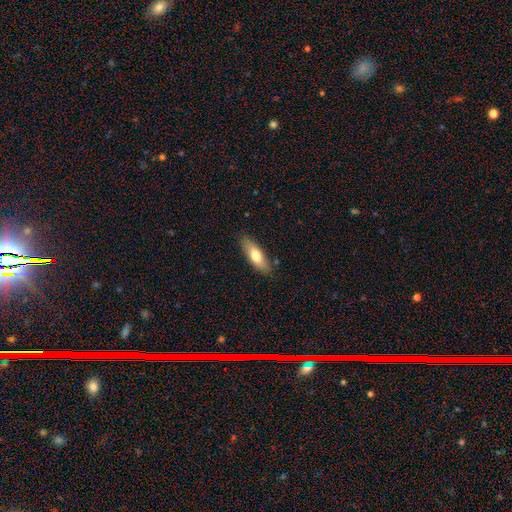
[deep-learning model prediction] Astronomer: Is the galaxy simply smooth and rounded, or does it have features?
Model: smooth — 68%.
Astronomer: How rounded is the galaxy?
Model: in between — 55% (runner-up: cigar-shaped, 43%).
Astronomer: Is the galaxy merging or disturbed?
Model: none — 82%.